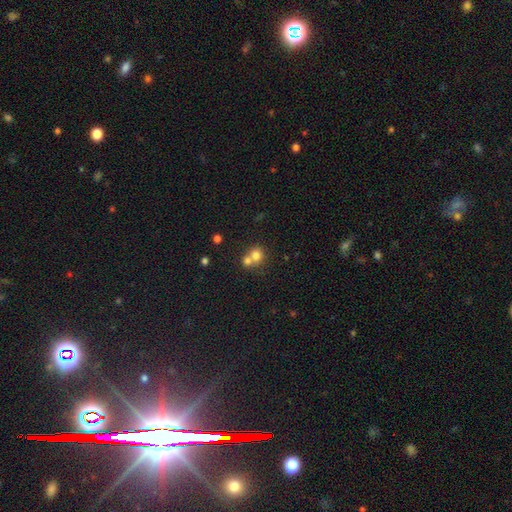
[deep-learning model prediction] Overall: smooth (75%). How rounded: round (80%). Merging: merger (56%; none 35%).